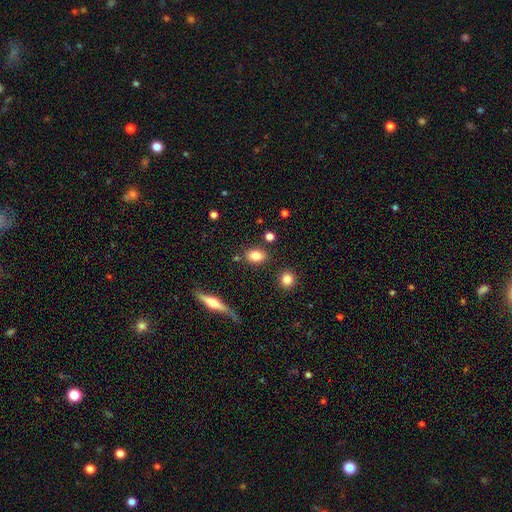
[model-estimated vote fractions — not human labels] smooth 81%, star or artifact 9%, featured or disk 9%. Down the decision tree: how rounded — in between (75%); merging — none (82%).